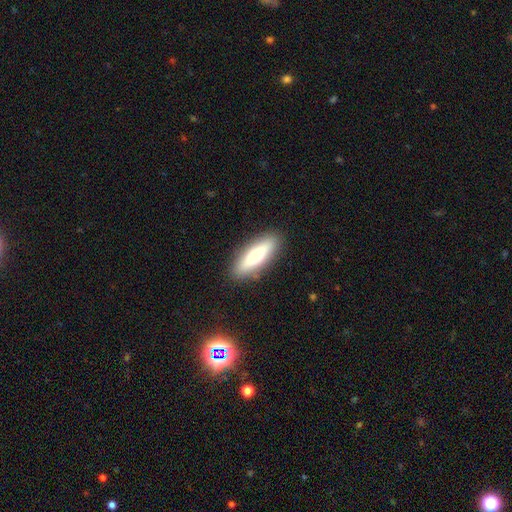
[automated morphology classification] This appears to be a smooth galaxy with no disk features (64%) that is cigar-shaped (55%). Merging: none (88%).